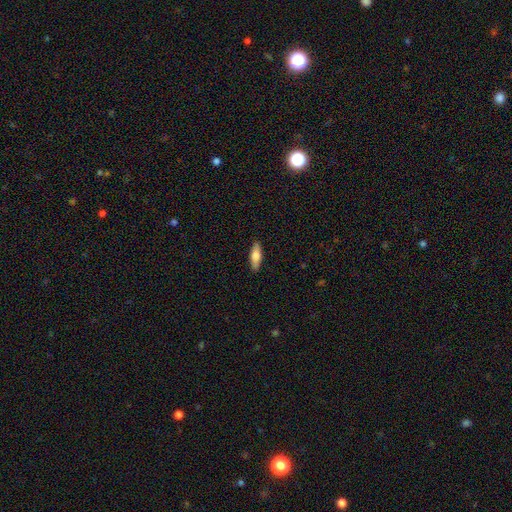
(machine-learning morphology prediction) Smooth or featured: smooth — 67% (featured or disk — 27%)
How rounded: in between — 54% (cigar-shaped — 44%)
Merging: none — 89% (minor disturbance — 8%)